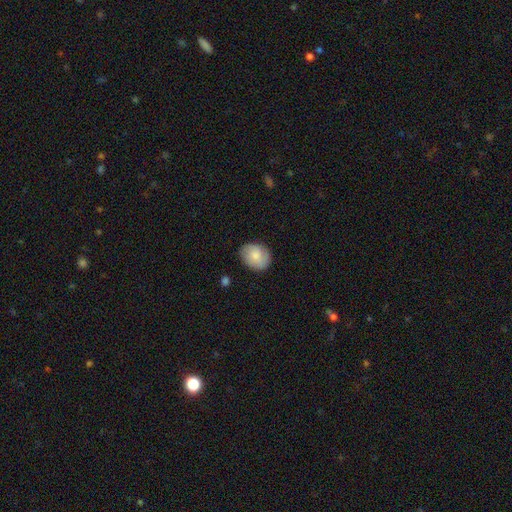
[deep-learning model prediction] Q: Smooth or featured?
A: smooth (75%); runner-up: featured or disk (19%)
Q: How rounded?
A: in between (52%); runner-up: round (47%)
Q: Merging?
A: none (83%); runner-up: minor disturbance (13%)